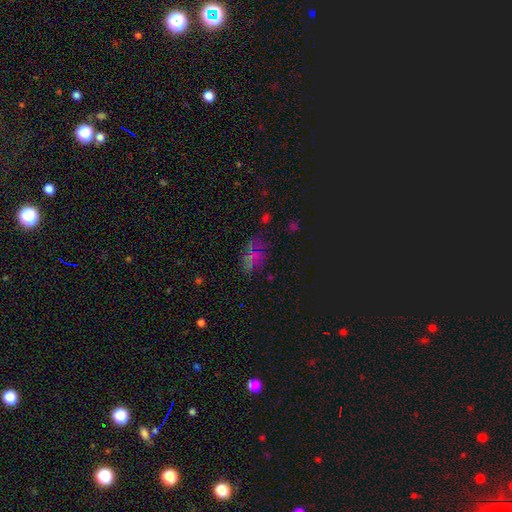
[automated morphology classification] smooth-or-featured: smooth: 42% (tied) | star or artifact: 42% (tied) | featured or disk: 16%
  merging: none: 55% | minor disturbance: 22% | major disturbance: 17% | merger: 6%